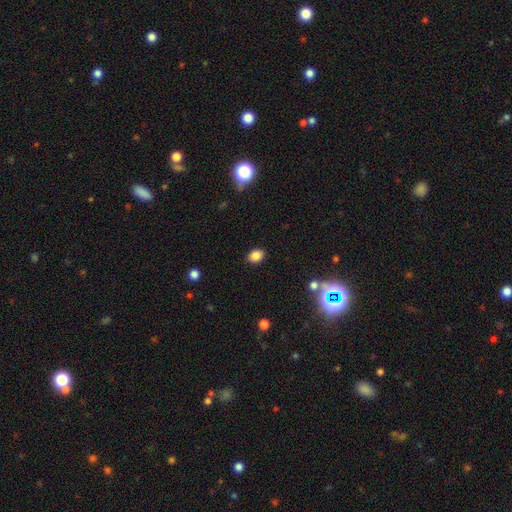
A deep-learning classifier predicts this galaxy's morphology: Smooth or featured: smooth — 84% (star or artifact — 11%)
How rounded: in between — 62% (round — 37%)
Merging: none — 89% (minor disturbance — 8%)